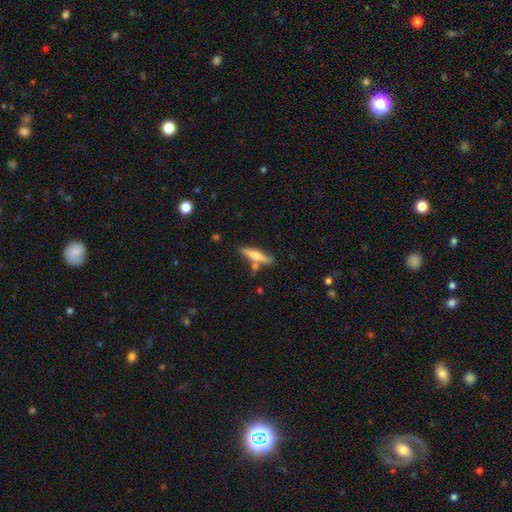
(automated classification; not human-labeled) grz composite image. It shows a featured or disk galaxy (49%). Merging: none (72%).